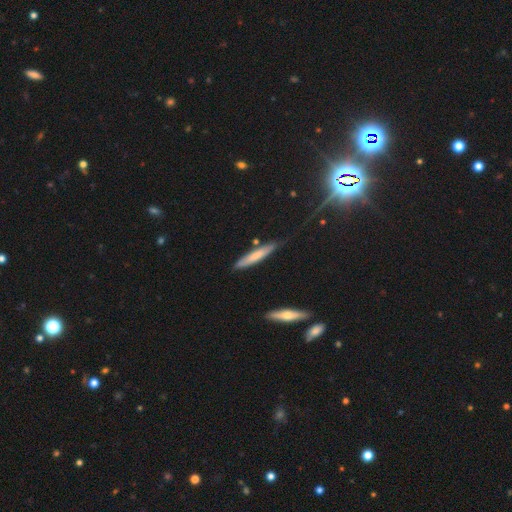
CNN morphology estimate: smooth 67%, featured or disk 27%, star or artifact 6%. Down the decision tree: how rounded — cigar-shaped (90%); merging — none (77%).